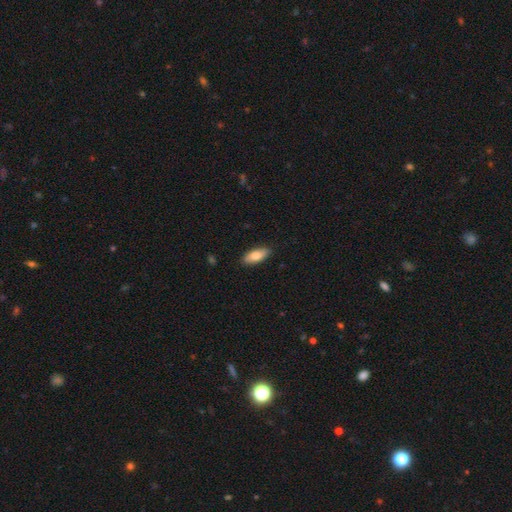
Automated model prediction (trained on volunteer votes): This appears to be a smooth galaxy with no disk features (79%) that is in between round and cigar-shaped (81%). Merging: none (87%).